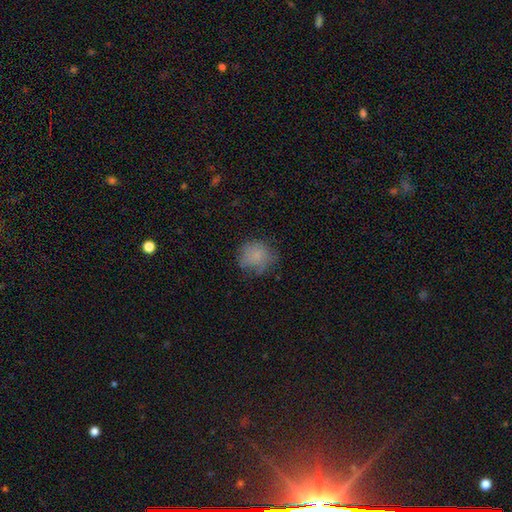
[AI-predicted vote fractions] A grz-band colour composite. It shows a smooth galaxy with no disk features (73%) that is round (81%). Merging: none (61%).